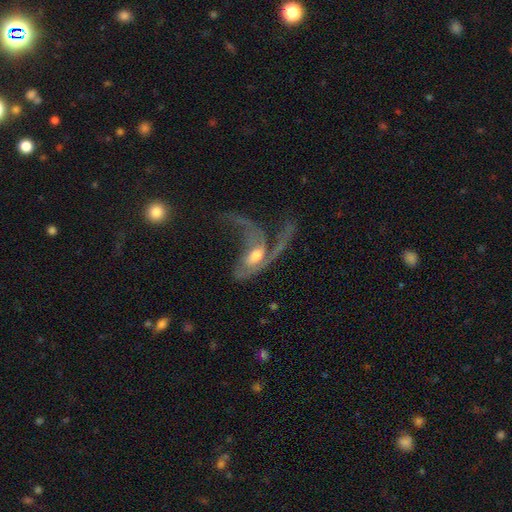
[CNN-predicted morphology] A featured or disk galaxy (75%) with no bar (55%), 1 (41%) loose (67%) spiral arms (77%) and a moderate central bulge (58%).

Vote fractions:
- Smooth or featured? featured or disk: 75% / smooth: 18% / star or artifact: 7%
- Edge-on disk? no: 90% / yes: 10%
- Bar? no: 55% / weak: 33% / strong: 12%
- Spiral arms? yes: 77% / no: 23%
- Spiral winding? loose: 67% / medium: 25% / tight: 8%
- Spiral arm count? 1: 41% / 2: 38% / can't tell: 11% / 3: 5% / 4: 2% / more than 4: 2%
- Bulge size? moderate: 58% / large: 21% / small: 14% / none: 4% / dominant: 2%
- Merging? major disturbance: 60% / none: 19% / minor disturbance: 13% / merger: 8%